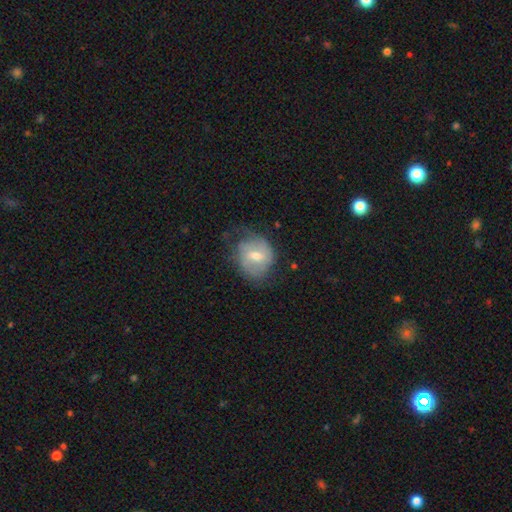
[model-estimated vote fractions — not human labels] smooth-or-featured: featured or disk: 49% | smooth: 45% | star or artifact: 7%
  merging: none: 49% | minor disturbance: 31% | major disturbance: 19% | merger: 2%